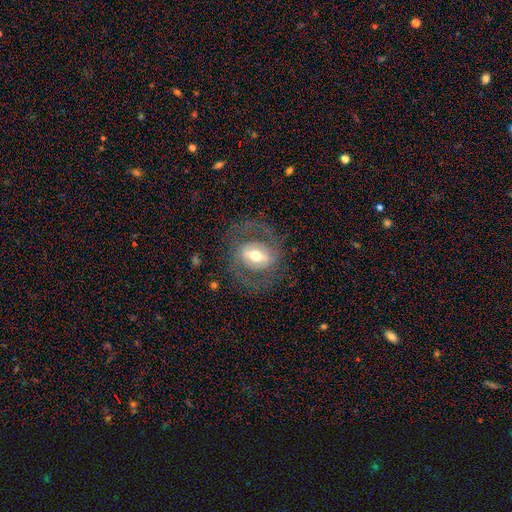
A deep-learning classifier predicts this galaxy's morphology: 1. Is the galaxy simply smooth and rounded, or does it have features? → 72% featured or disk, 21% smooth, 7% star or artifact.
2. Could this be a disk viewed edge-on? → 92% no, 8% yes.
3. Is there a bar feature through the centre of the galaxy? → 48% strong, 33% weak, 19% no.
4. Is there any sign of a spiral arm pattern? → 59% yes, 41% no.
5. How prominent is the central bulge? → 69% moderate, 15% large, 13% small, 2% dominant, 1% none.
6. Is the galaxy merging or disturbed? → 69% none, 16% major disturbance, 14% minor disturbance, 1% merger.